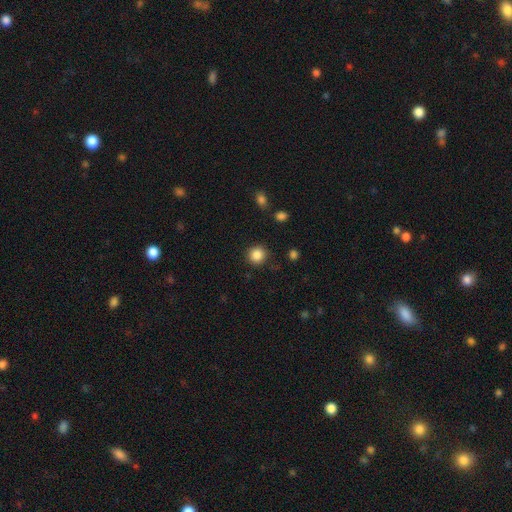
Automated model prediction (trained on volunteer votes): Overall: smooth (86%). How rounded: round (92%). Merging: none (89%).